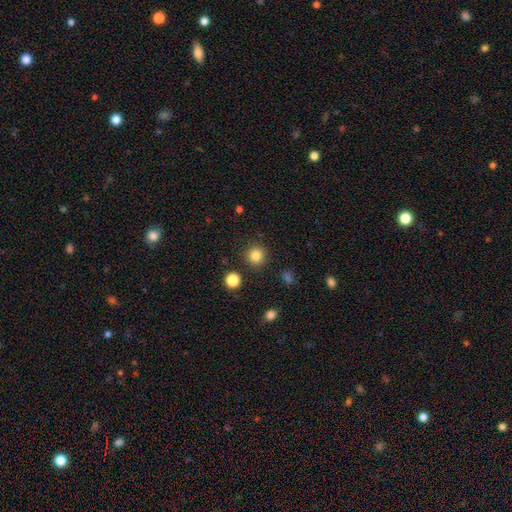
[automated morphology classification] Smooth or featured? smooth (83%)
How rounded? round (94%)
Merging? none (91%)